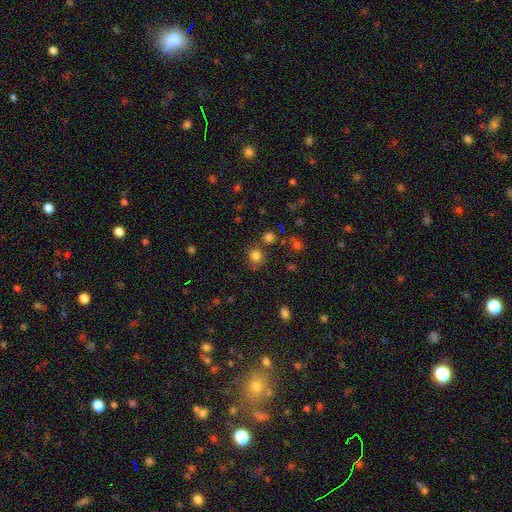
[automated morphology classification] A smooth galaxy with no disk features (81%) that is round (82%).

Vote fractions:
- Smooth or featured? smooth: 81% / star or artifact: 13% / featured or disk: 6%
- How rounded? round: 82% / in between: 17% / cigar-shaped: 1%
- Merging? none: 74% / minor disturbance: 13% / merger: 9% / major disturbance: 5%